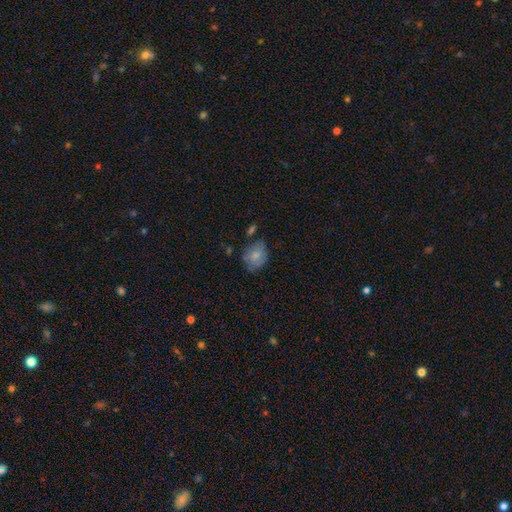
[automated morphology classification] smooth_or_featured: smooth (p=0.73) [alt: featured or disk p=0.19]
how_rounded: in between (p=0.52) [alt: round p=0.47]
merging: none (p=0.58) [alt: minor disturbance p=0.27]